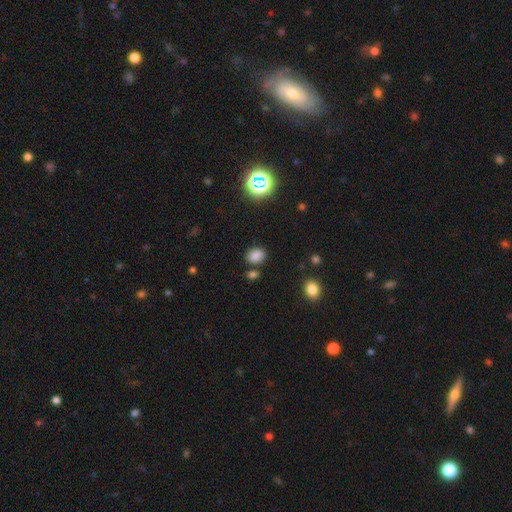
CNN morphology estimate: A smooth galaxy with no disk features (79%) that is in between round and cigar-shaped (55%). Merging: none (78%).